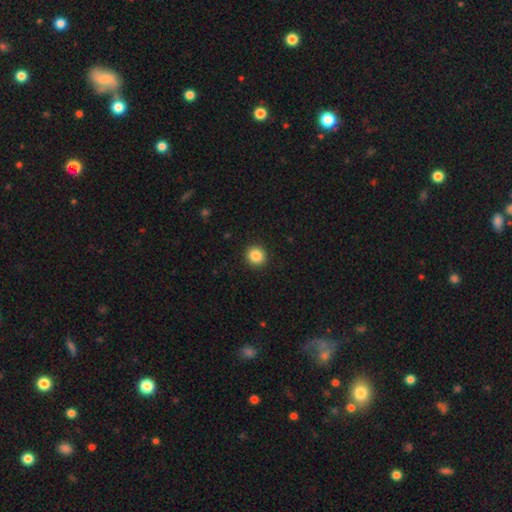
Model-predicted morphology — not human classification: The model was most divided on "smooth or featured": smooth: 87%, star or artifact: 10%, featured or disk: 4%. More confident: merging — none (92%); how rounded — round (91%).